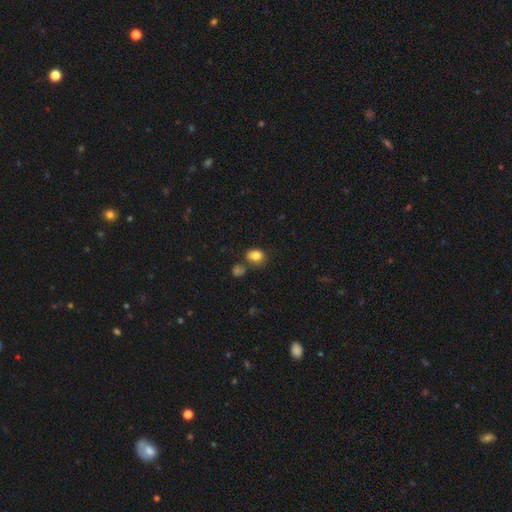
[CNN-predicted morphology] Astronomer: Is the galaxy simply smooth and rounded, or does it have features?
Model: smooth — 82%.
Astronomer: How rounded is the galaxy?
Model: round — 50% (runner-up: in between, 49%).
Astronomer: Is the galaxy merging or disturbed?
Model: none — 67%.